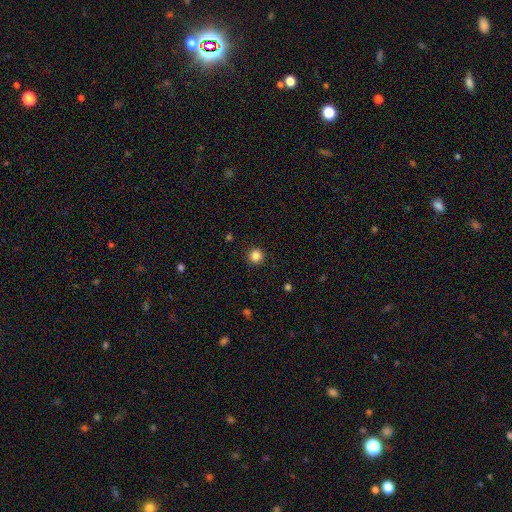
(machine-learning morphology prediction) This appears to be a smooth galaxy with no disk features (85%) that is round (96%). Merging: none (92%).